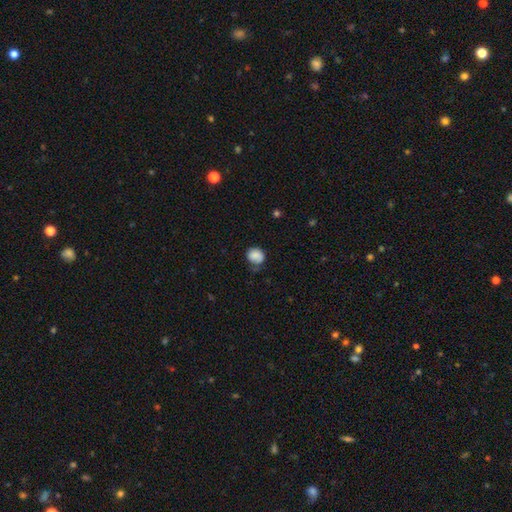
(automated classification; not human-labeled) smooth 82%, featured or disk 10%, star or artifact 8%. Down the decision tree: how rounded — round (70%); merging — none (57%).